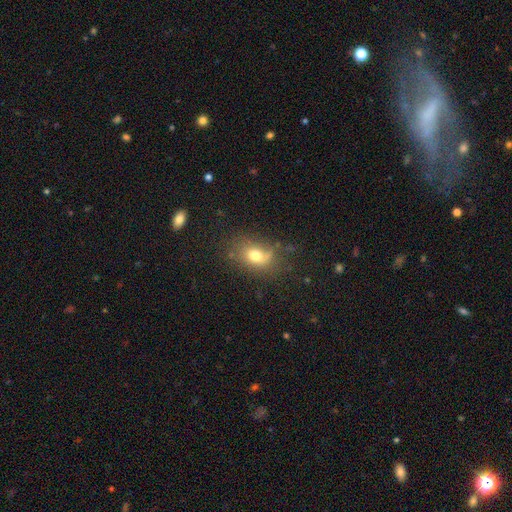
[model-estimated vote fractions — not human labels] Q: Smooth or featured?
A: smooth (71%); runner-up: featured or disk (16%)
Q: How rounded?
A: in between (66%); runner-up: round (32%)
Q: Merging?
A: none (60%); runner-up: minor disturbance (24%)